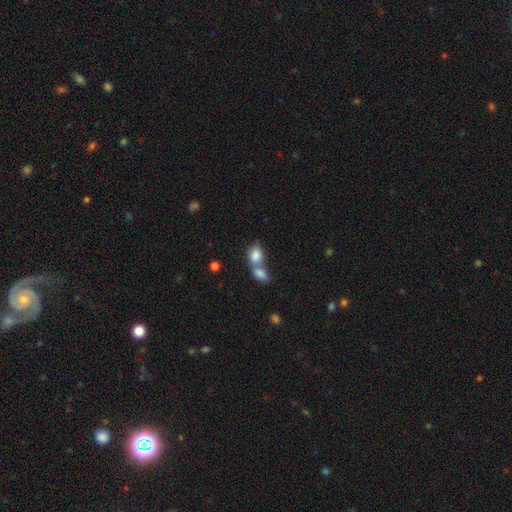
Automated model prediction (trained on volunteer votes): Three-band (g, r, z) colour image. It shows a smooth galaxy with no disk features (82%) that is in between round and cigar-shaped (75%). Merging: merger (69%).